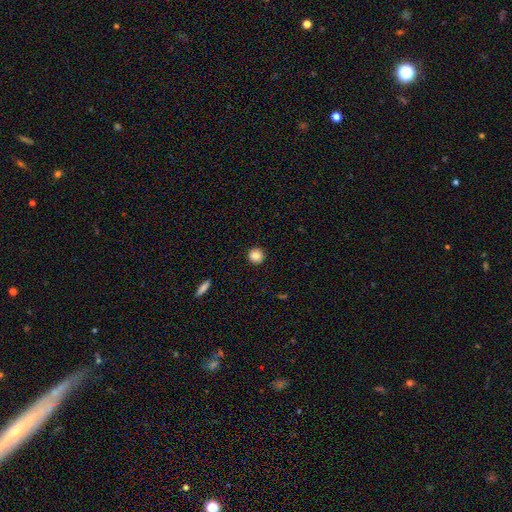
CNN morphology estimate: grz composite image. It shows a smooth galaxy with no disk features (86%) that is round (94%). Merging: none (92%).